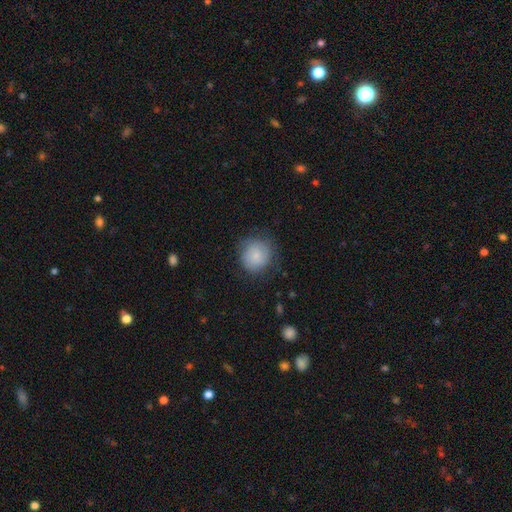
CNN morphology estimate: This appears to be a smooth galaxy with no disk features (79%) that is round (90%). Merging: none (75%).